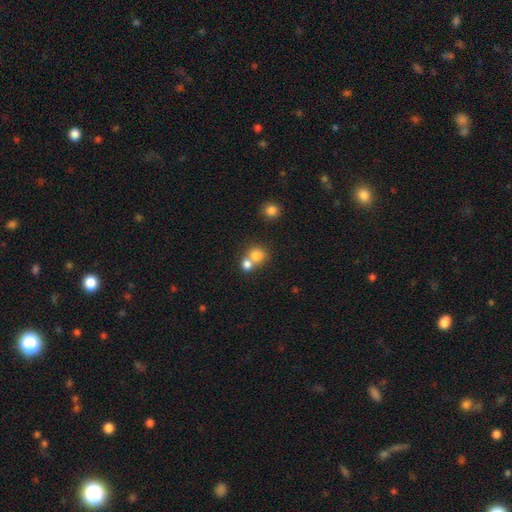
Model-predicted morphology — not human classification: Smooth or featured: smooth — 79% (star or artifact — 11%)
How rounded: round — 78% (in between — 21%)
Merging: merger — 52% (none — 39%)